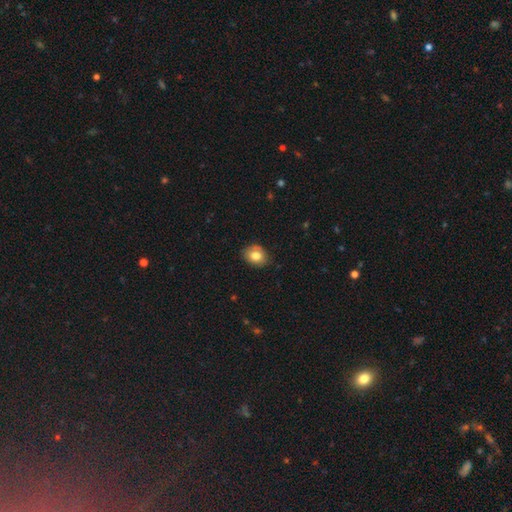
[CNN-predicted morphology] smooth-or-featured: smooth: 79% | featured or disk: 12% | star or artifact: 9%
  how-rounded: in between: 53% | round: 47% | cigar-shaped: 1%
  merging: none: 80% | minor disturbance: 16% | major disturbance: 3% | merger: 1%